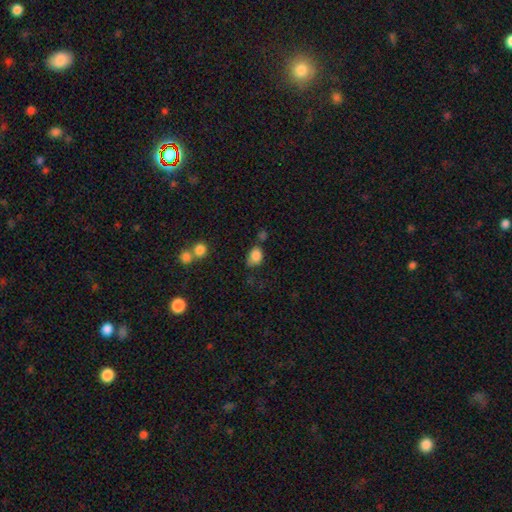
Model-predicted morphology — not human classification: A smooth galaxy with no disk features (84%) that is in between round and cigar-shaped (64%). Merging: none (50%).